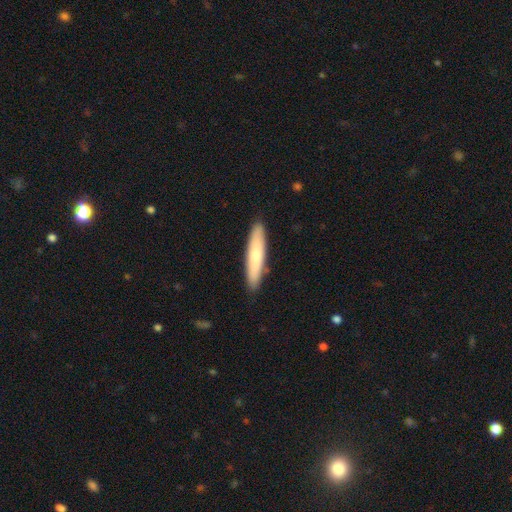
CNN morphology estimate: smooth_or_featured: smooth (p=0.73) [alt: featured or disk p=0.22]
how_rounded: cigar-shaped (p=0.88) [alt: in between p=0.11]
merging: none (p=0.90) [alt: minor disturbance p=0.08]